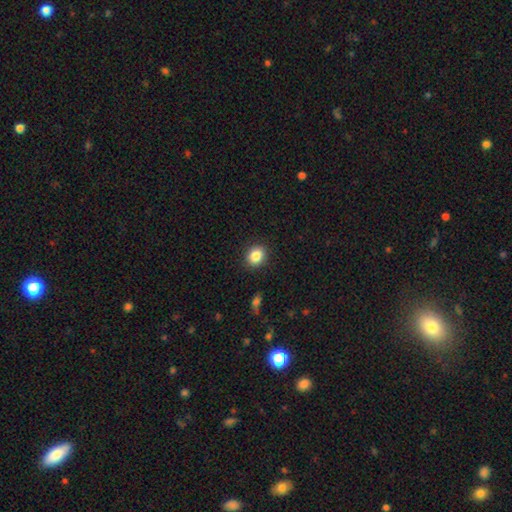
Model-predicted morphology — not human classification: Smooth or featured?
  - smooth: 86% *
  - star or artifact: 9%
  - featured or disk: 5%
How rounded?
  - round: 64% *
  - in between: 35%
  - cigar-shaped: 1%
Merging?
  - none: 90% *
  - minor disturbance: 7%
  - major disturbance: 2%
  - merger: 1%